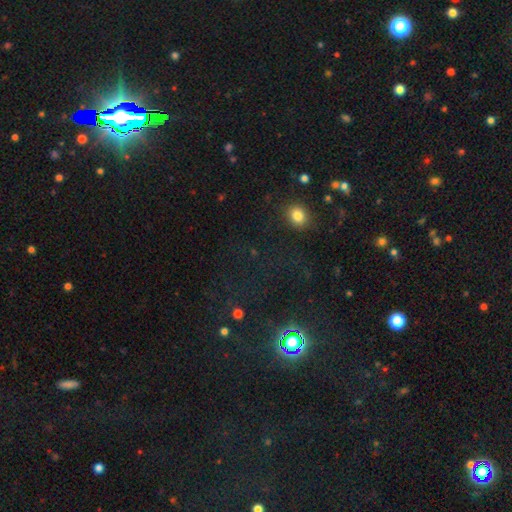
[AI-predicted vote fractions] Smooth or featured: star or artifact — 69% (smooth — 22%)